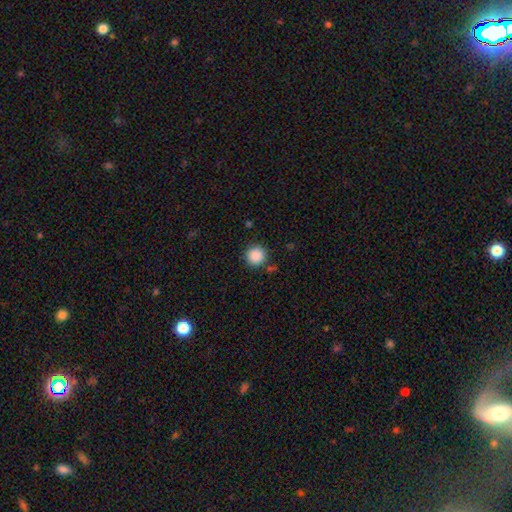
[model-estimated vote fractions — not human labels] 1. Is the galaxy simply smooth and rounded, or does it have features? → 88% smooth, 9% star or artifact, 3% featured or disk.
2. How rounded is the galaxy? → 95% round, 4% in between, 1% cigar-shaped.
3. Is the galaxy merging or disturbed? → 87% none, 7% minor disturbance, 3% merger, 3% major disturbance.